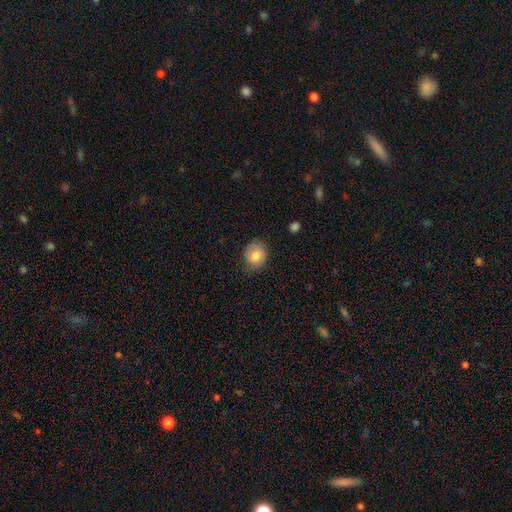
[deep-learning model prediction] This appears to be a smooth galaxy with no disk features (78%) that is round (63%). Merging: none (73%).